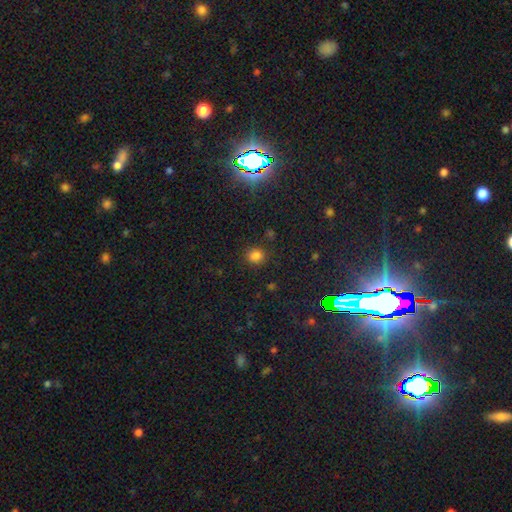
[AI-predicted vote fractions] Smooth or featured: smooth — 79% (star or artifact — 17%)
How rounded: round — 77% (in between — 22%)
Merging: none — 83% (minor disturbance — 10%)